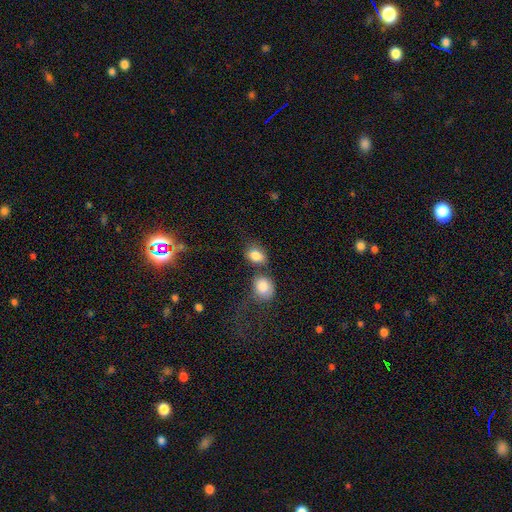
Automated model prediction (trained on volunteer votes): The model was most divided on "merging": none: 53%, merger: 27%, minor disturbance: 15%, major disturbance: 6%. More confident: smooth or featured — smooth (84%); how rounded — in between (65%).